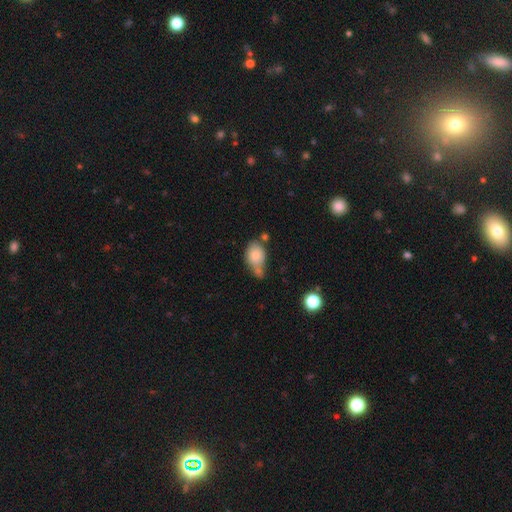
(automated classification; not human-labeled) Smooth or featured: smooth — 76% (featured or disk — 16%)
How rounded: in between — 67% (round — 31%)
Merging: none — 40% (merger — 34%)